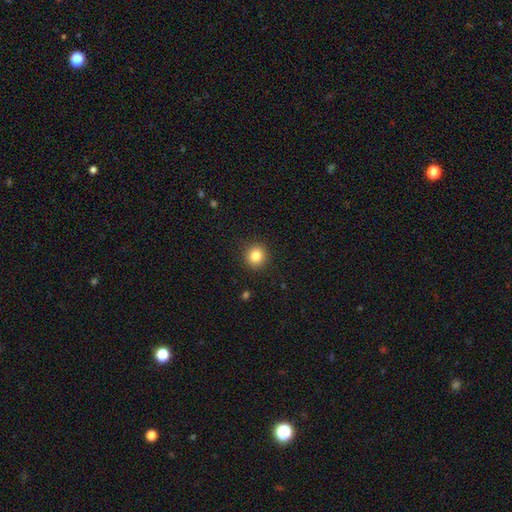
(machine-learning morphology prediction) Q: Smooth or featured?
A: smooth (83%); runner-up: star or artifact (11%)
Q: How rounded?
A: round (92%); runner-up: in between (8%)
Q: Merging?
A: none (92%); runner-up: minor disturbance (6%)